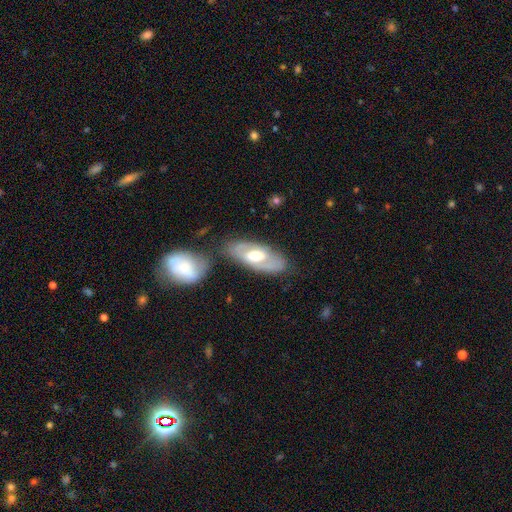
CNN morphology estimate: featured or disk 60%, smooth 35%, star or artifact 5%. Down the decision tree: edge-on disk — no (84%); bar — no (45%); spiral arms — no (52%); bulge size — moderate (69%); merging — none (70%).